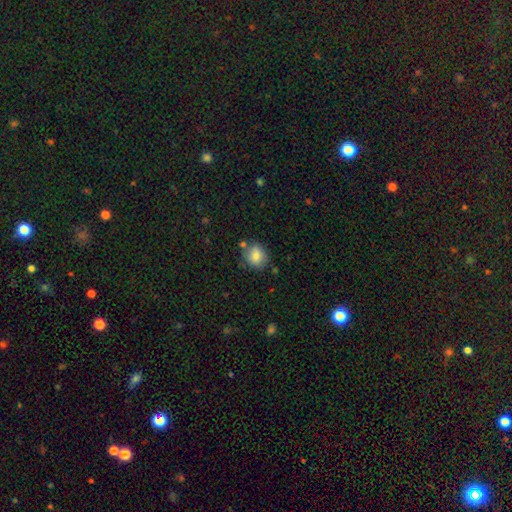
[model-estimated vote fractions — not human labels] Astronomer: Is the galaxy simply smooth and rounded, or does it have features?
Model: smooth — 81%.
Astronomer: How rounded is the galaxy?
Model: round — 76%.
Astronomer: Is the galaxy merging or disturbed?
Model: none — 76%.